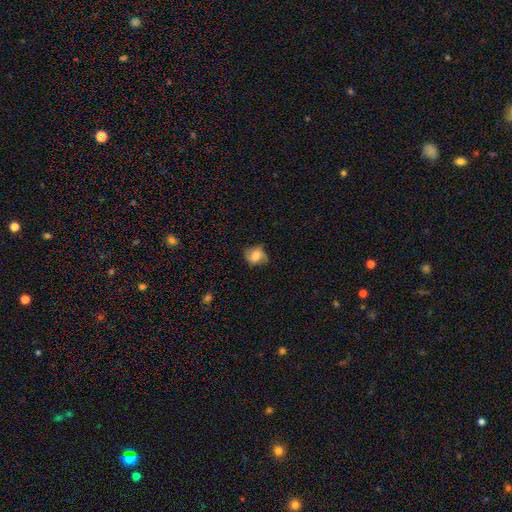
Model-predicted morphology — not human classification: Q: Smooth or featured?
A: smooth (57%); runner-up: featured or disk (33%)
Q: How rounded?
A: round (59%); runner-up: in between (40%)
Q: Merging?
A: none (64%); runner-up: minor disturbance (25%)